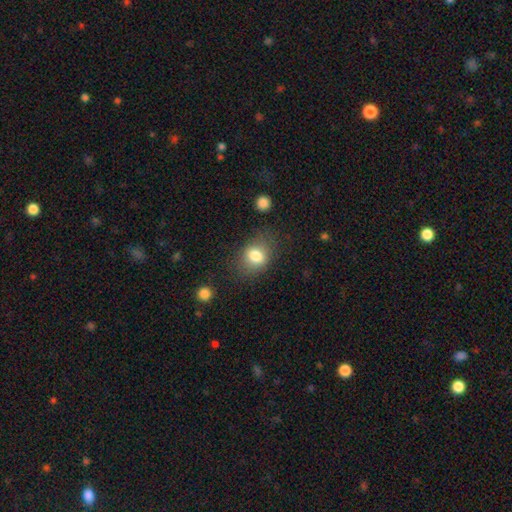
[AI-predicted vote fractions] smooth_or_featured: smooth (p=0.79) [alt: featured or disk p=0.11]
how_rounded: in between (p=0.56) [alt: round p=0.42]
merging: none (p=0.73) [alt: minor disturbance p=0.17]